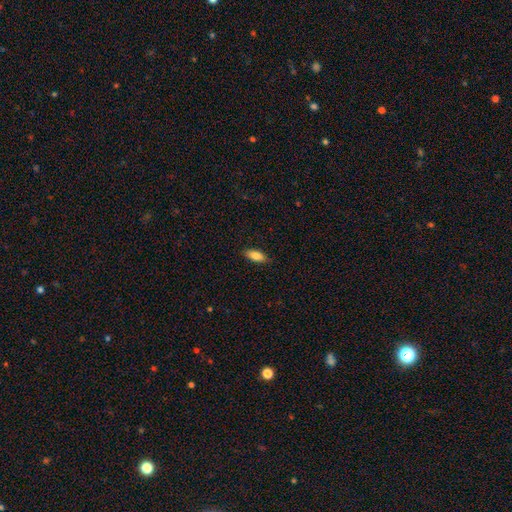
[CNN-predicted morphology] Smooth or featured: smooth — 85% (featured or disk — 9%)
How rounded: in between — 80% (cigar-shaped — 18%)
Merging: none — 87% (minor disturbance — 10%)